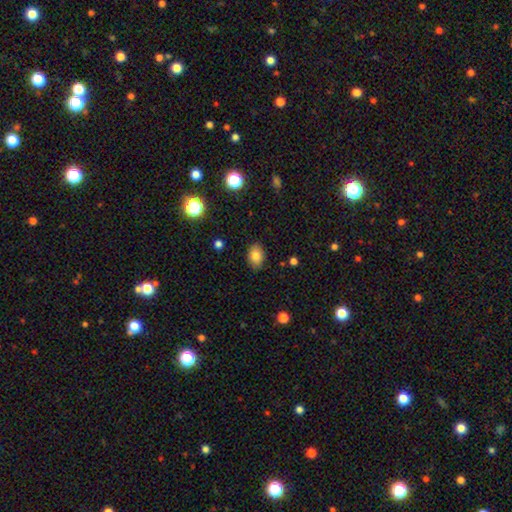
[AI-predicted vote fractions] This appears to be a smooth galaxy with no disk features (82%) that is in between round and cigar-shaped (78%). Merging: none (86%).